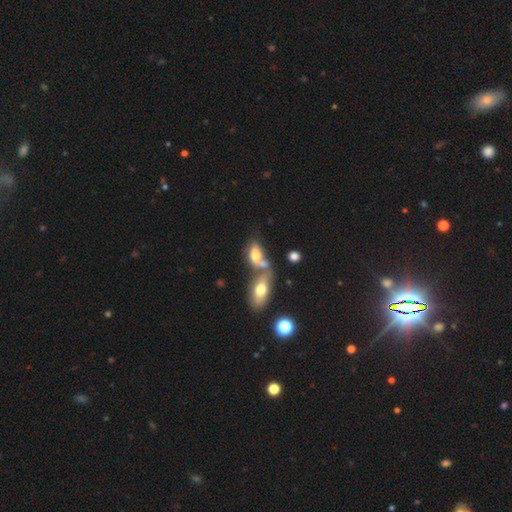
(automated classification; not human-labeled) smooth_or_featured: smooth (p=0.67) [alt: featured or disk p=0.24]
how_rounded: in between (p=0.86) [alt: cigar-shaped p=0.08]
merging: merger (p=0.58) [alt: none p=0.27]